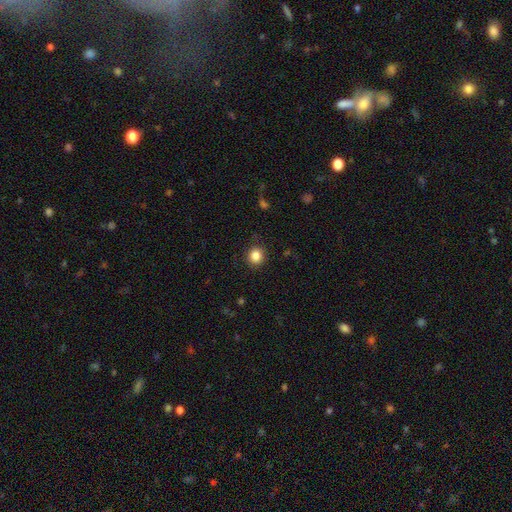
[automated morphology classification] This appears to be a smooth galaxy with no disk features (85%) that is round (88%). Merging: none (89%).